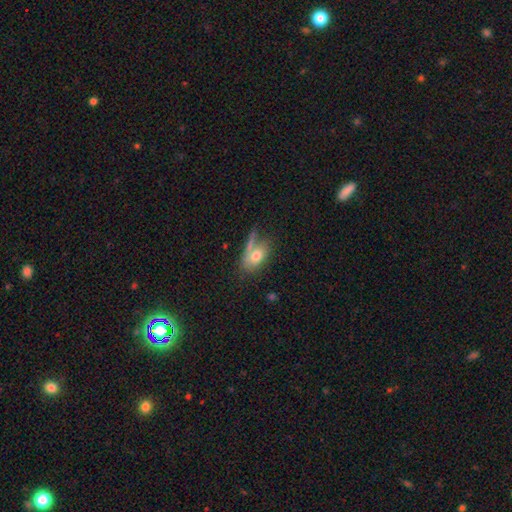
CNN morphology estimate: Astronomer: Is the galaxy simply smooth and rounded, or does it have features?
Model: smooth — 72%.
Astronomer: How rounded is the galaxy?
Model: in between — 85%.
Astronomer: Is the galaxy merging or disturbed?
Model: none — 48%.